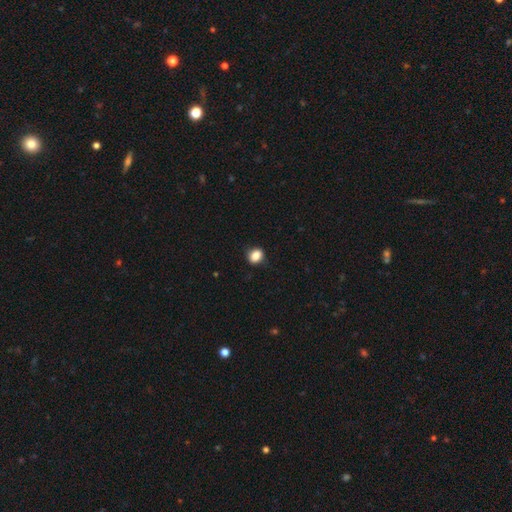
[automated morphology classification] Smooth or featured? Predicted: smooth (p=0.85). How rounded? Predicted: round (p=0.54). Merging? Predicted: none (p=0.82).